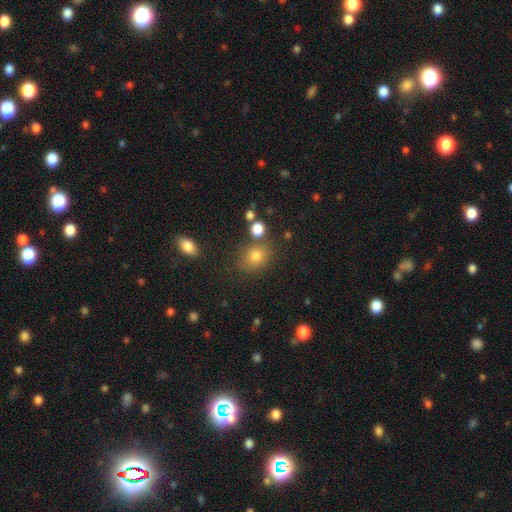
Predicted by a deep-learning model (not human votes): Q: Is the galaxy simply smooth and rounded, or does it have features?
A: smooth — 78%.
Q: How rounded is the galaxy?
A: round — 58%.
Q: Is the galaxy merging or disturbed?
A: none — 75%.